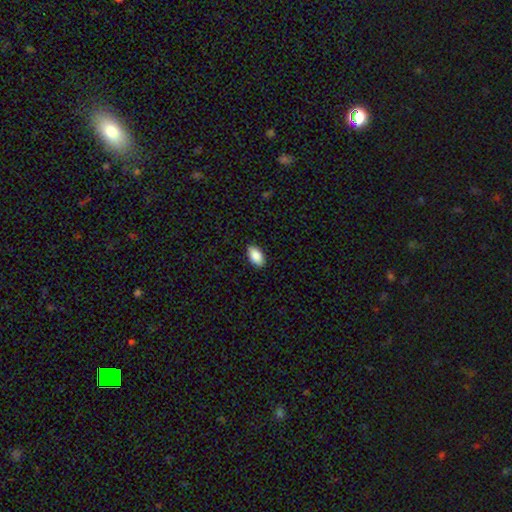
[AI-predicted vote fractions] A smooth galaxy with no disk features (88%) that is in between round and cigar-shaped (95%).

Vote fractions:
- Smooth or featured? smooth: 88% / star or artifact: 7% / featured or disk: 5%
- How rounded? in between: 95% / round: 3% / cigar-shaped: 2%
- Merging? none: 89% / minor disturbance: 8% / major disturbance: 2% / merger: 1%